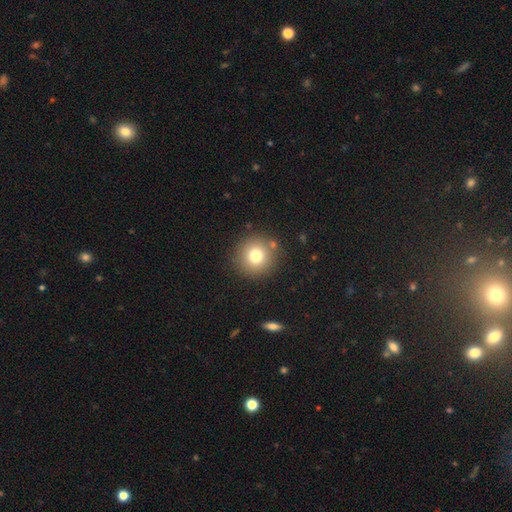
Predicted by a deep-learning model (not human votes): smooth 76%, star or artifact 13%, featured or disk 11%. Down the decision tree: how rounded — round (94%); merging — none (86%).